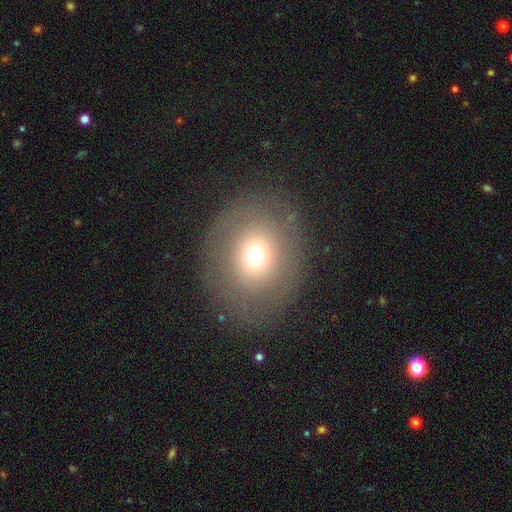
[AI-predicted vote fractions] Smooth or featured? smooth (64%)
How rounded? round (77%)
Merging? none (79%)